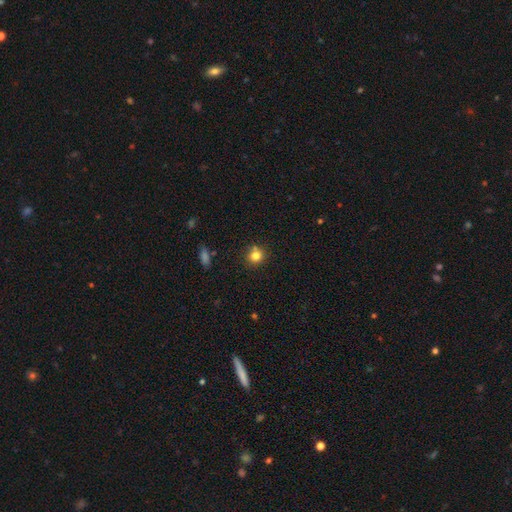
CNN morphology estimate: Q: Smooth or featured?
A: smooth (80%); runner-up: star or artifact (12%)
Q: How rounded?
A: round (86%); runner-up: in between (13%)
Q: Merging?
A: none (74%); runner-up: minor disturbance (12%)